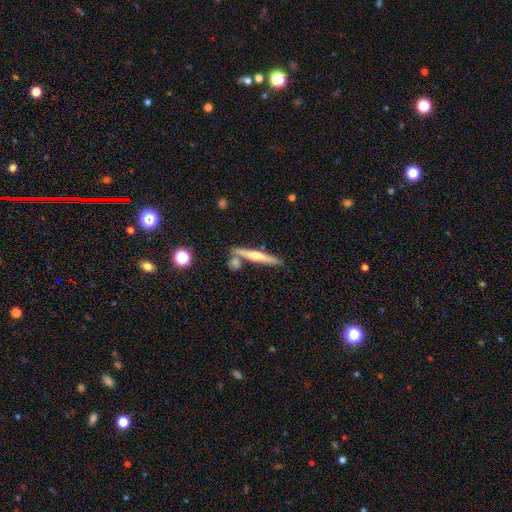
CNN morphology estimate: smooth_or_featured: featured or disk (p=0.62) [alt: smooth p=0.32]
disk_edge_on: yes (p=0.96) [alt: no p=0.04]
edge_on_bulge: rounded (p=0.86) [alt: none p=0.10]
merging: none (p=0.76) [alt: merger p=0.12]